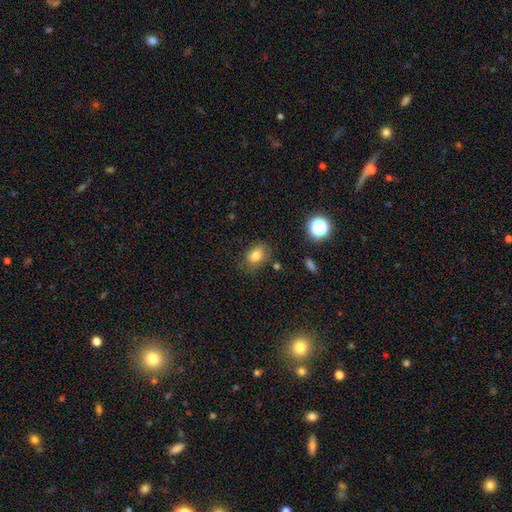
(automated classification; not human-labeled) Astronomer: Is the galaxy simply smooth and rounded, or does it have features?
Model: smooth — 80%.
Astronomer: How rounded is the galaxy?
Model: in between — 71%.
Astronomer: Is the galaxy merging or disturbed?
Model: none — 73%.